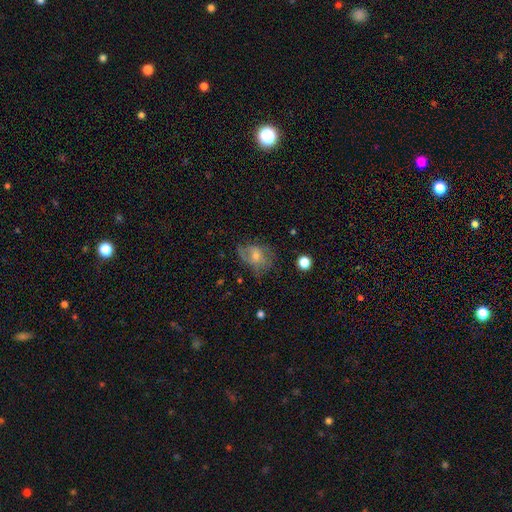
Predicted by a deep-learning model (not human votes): Morphology: type=featured or disk (47%); merging=none (43%).